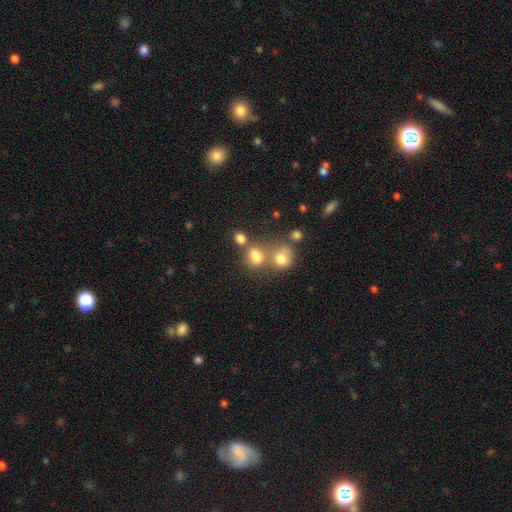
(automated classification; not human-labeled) Morphology: type=smooth (75%); roundness=in between (55%); merging=merger (42%).